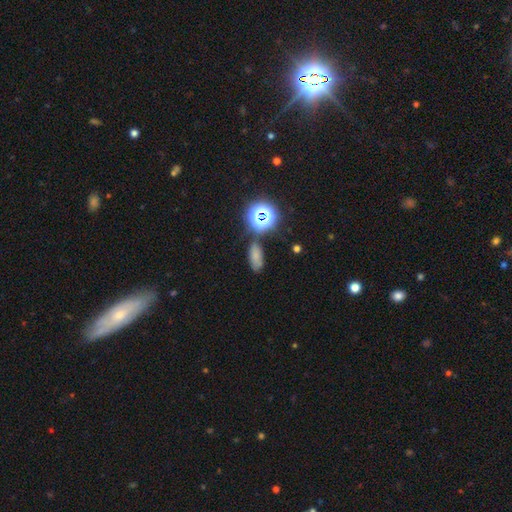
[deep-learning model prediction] A smooth galaxy with no disk features (63%) that is in between round and cigar-shaped (82%). Merging: none (67%).